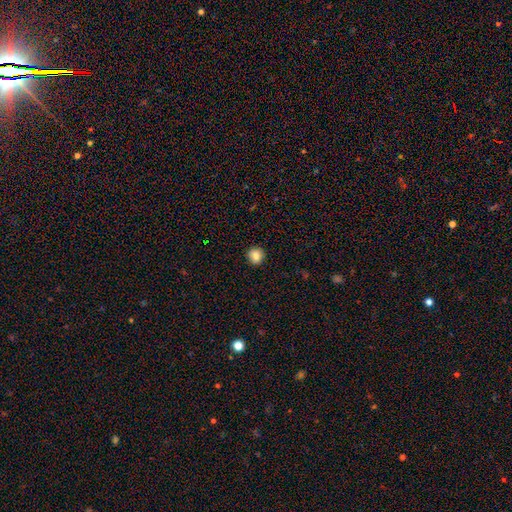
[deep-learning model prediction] Smooth or featured? smooth (85%)
How rounded? round (92%)
Merging? none (92%)